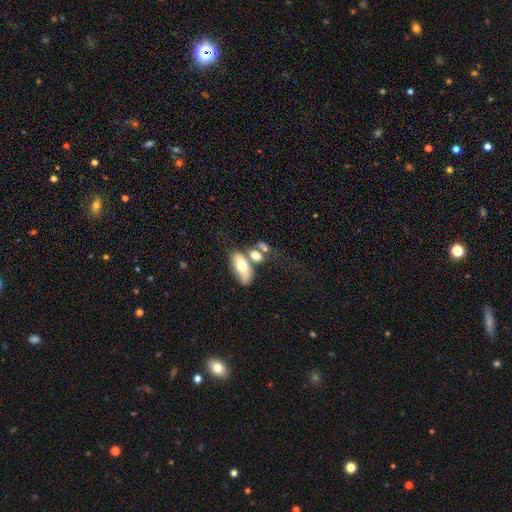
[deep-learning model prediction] Smooth or featured? smooth (66%)
How rounded? in between (84%)
Merging? merger (45%)